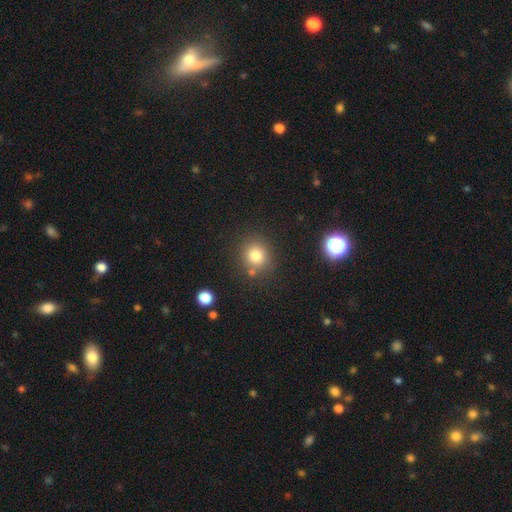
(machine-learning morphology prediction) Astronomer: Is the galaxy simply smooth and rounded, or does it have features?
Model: smooth — 80%.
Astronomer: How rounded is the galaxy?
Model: round — 82%.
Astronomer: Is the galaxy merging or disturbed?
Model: none — 78%.